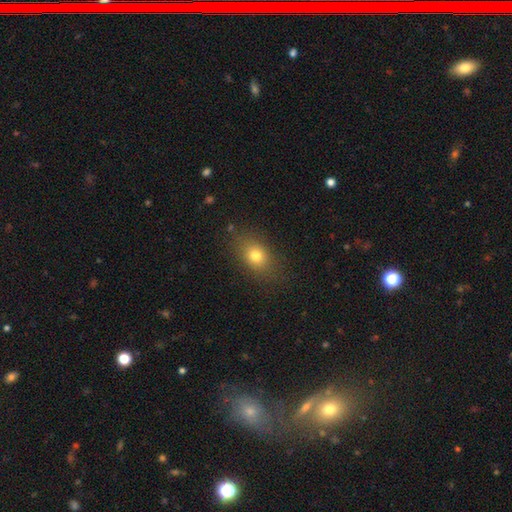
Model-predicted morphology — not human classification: The model was most divided on "how rounded": in between: 65%, round: 33%, cigar-shaped: 2%. More confident: merging — none (82%); smooth or featured — smooth (77%).